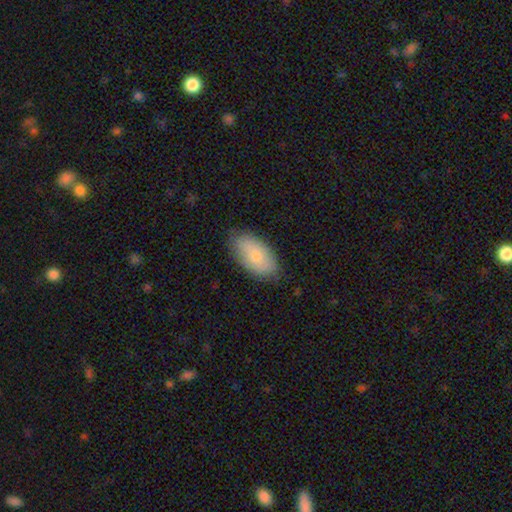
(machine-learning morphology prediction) Overall: smooth (77%). How rounded: in between (94%). Merging: none (80%).